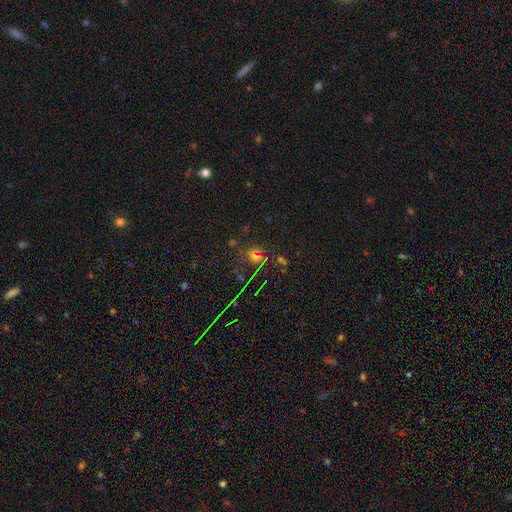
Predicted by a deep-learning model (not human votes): Smooth or featured? star or artifact (54%)